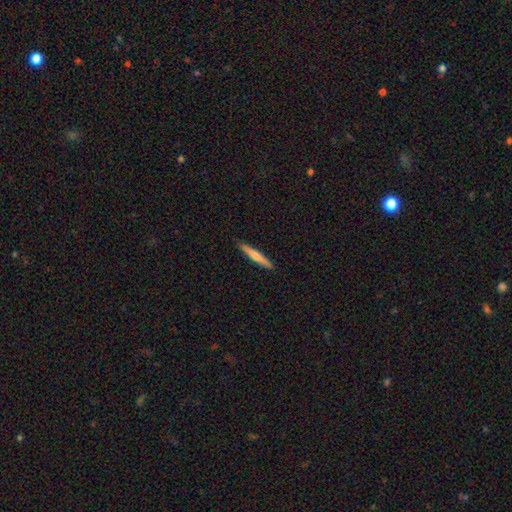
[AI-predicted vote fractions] This appears to be a smooth galaxy with no disk features (62%) that is cigar-shaped (95%). Merging: none (91%).